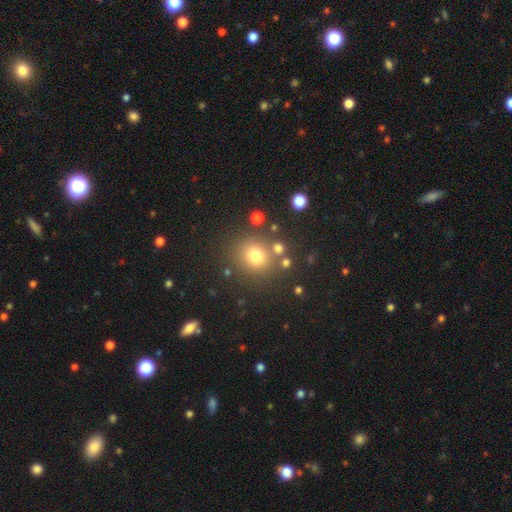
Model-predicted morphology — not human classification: Smooth or featured? Predicted: smooth (p=0.74). How rounded? Predicted: round (p=0.82). Merging? Predicted: none (p=0.79).